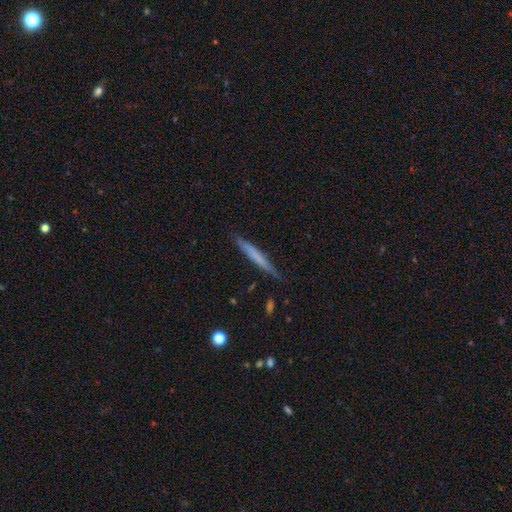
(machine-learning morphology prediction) Smooth or featured: smooth — 60% (featured or disk — 34%)
How rounded: cigar-shaped — 96% (in between — 3%)
Merging: none — 84% (minor disturbance — 12%)